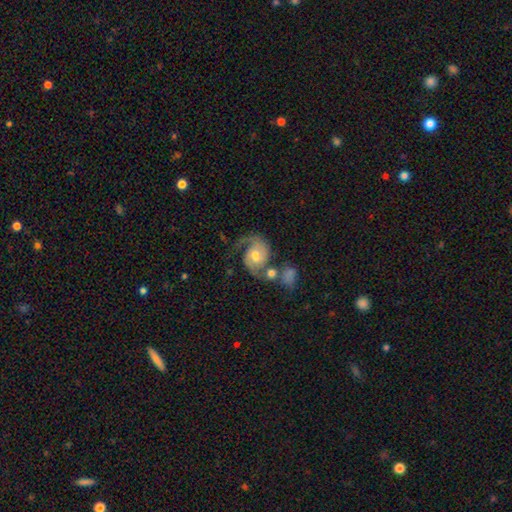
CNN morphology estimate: smooth-or-featured: featured or disk: 84% | smooth: 10% | star or artifact: 6%
  disk-edge-on: no: 98% | yes: 2%
    bar: no: 55% | weak: 37% | strong: 8%
    has-spiral-arms: yes: 96% | no: 4%
      spiral-winding: medium: 51% | loose: 25% | tight: 24%
      spiral-arm-count: 2: 81% | 1: 11% | can't tell: 4% | 3: 2% | 4: 1% | more than 4: 1%
    bulge-size: moderate: 67% | small: 21% | large: 9% | none: 2% | dominant: 1%
  merging: none: 44% | merger: 25% | minor disturbance: 16% | major disturbance: 15%